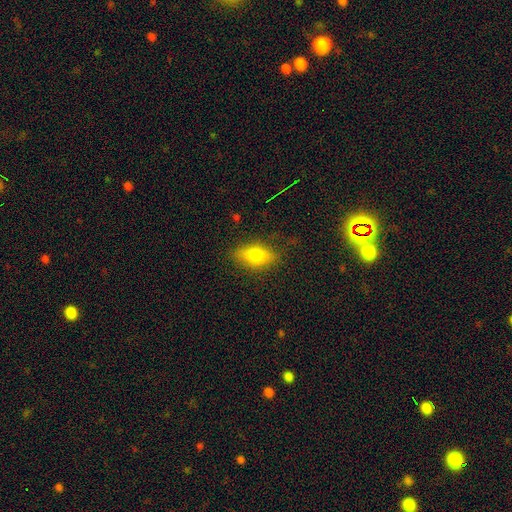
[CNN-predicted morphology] A smooth galaxy with no disk features (76%) that is in between round and cigar-shaped (85%).

Vote fractions:
- Smooth or featured? smooth: 76% / featured or disk: 15% / star or artifact: 8%
- How rounded? in between: 85% / cigar-shaped: 9% / round: 6%
- Merging? none: 79% / minor disturbance: 15% / major disturbance: 5% / merger: 1%